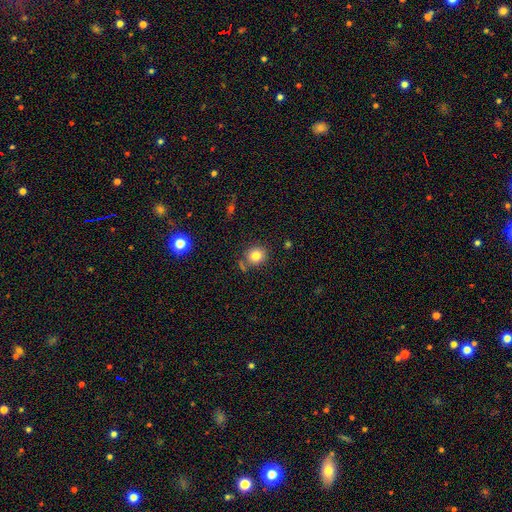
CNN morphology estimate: Smooth or featured? smooth (81%)
How rounded? round (84%)
Merging? none (76%)